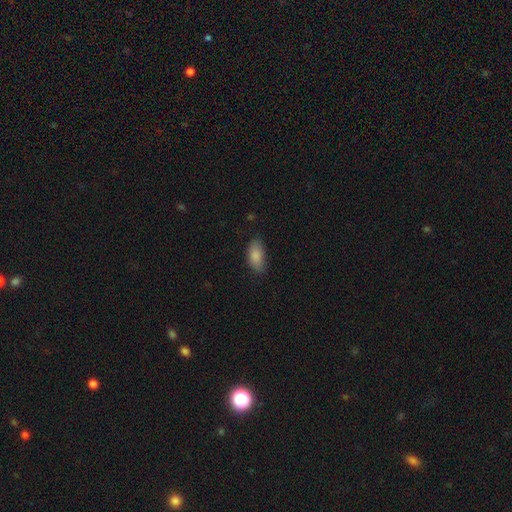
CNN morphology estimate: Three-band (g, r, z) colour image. It shows a smooth galaxy with no disk features (87%) that is in between round and cigar-shaped (91%). Merging: none (74%).